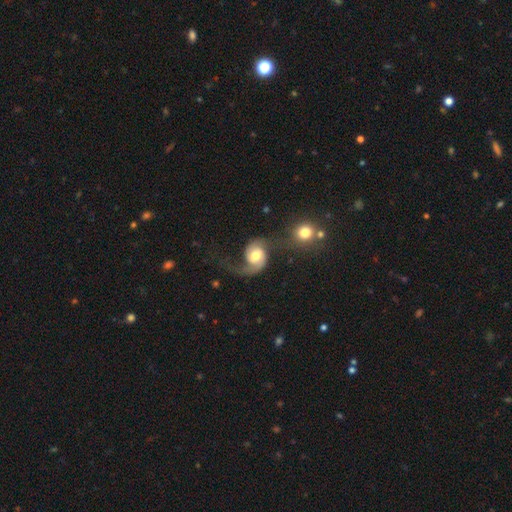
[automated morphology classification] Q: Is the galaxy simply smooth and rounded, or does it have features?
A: featured or disk — 75%.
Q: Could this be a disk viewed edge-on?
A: no — 97%.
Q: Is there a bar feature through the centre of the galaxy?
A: no — 62%.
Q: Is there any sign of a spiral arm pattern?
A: yes — 94%.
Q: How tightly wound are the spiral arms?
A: loose — 60%.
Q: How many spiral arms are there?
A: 2 — 75%.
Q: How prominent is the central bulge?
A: moderate — 62%.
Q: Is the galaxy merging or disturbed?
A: none — 40%.